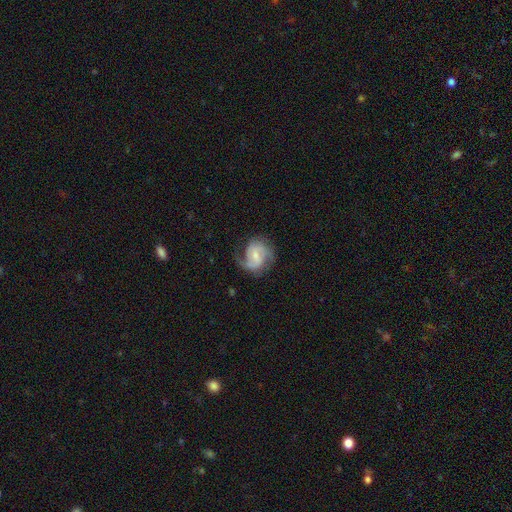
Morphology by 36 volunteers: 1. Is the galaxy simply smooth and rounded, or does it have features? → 81% featured or disk, 19% smooth, 0% star or artifact.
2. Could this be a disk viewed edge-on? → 100% no, 0% yes.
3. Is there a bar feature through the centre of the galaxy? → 48% weak, 28% strong, 24% no.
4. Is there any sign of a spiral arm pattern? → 97% yes, 3% no.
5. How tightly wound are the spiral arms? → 46% medium, 29% loose, 25% tight.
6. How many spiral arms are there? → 89% 2, 11% 1, 0% 3, 0% 4, 0% more than 4, 0% can't tell.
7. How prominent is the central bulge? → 52% small, 31% moderate, 10% large, 7% none, 0% dominant.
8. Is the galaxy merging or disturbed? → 69% none, 17% minor disturbance, 11% major disturbance, 3% merger.